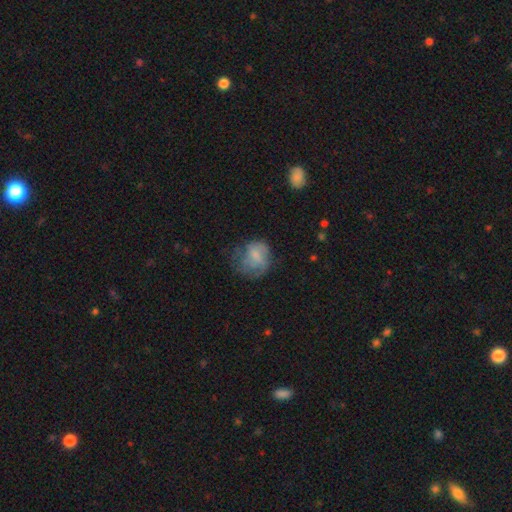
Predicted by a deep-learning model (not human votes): This is possibly a smooth galaxy (53%). How rounded: likely round (68%). Merging: marginally none (43%).